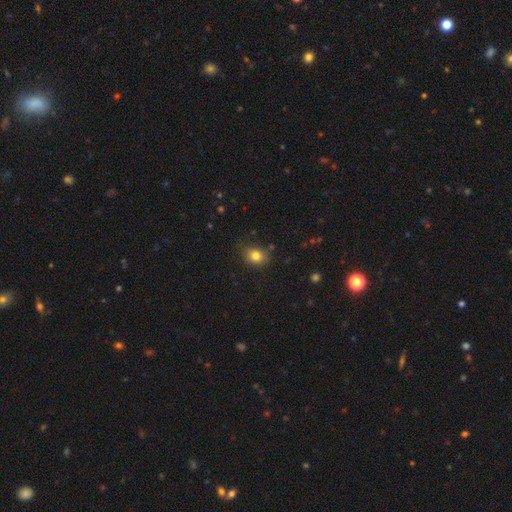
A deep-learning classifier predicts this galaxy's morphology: Q: Smooth or featured?
A: smooth (81%); runner-up: star or artifact (12%)
Q: How rounded?
A: round (55%); runner-up: in between (44%)
Q: Merging?
A: none (77%); runner-up: minor disturbance (17%)